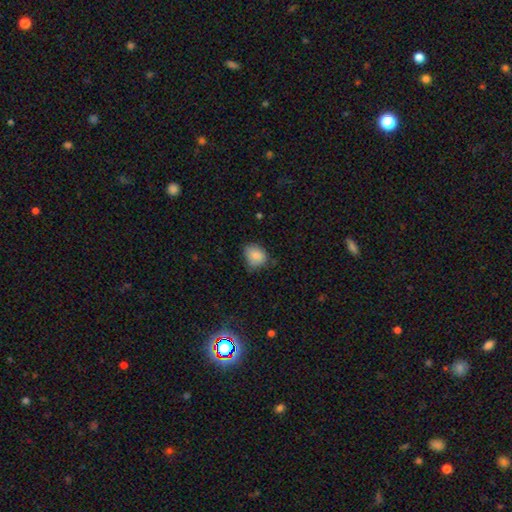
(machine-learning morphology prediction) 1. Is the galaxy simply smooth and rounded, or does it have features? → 85% smooth, 9% star or artifact, 6% featured or disk.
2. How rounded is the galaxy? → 51% round, 48% in between, 1% cigar-shaped.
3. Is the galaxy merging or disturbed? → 61% none, 31% minor disturbance, 6% major disturbance, 2% merger.